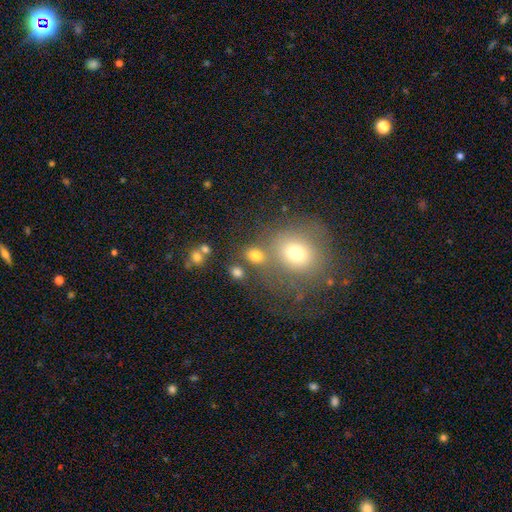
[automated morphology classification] smooth-or-featured: smooth: 75% | star or artifact: 16% | featured or disk: 10%
  how-rounded: in between: 51% | round: 47% | cigar-shaped: 2%
  merging: none: 63% | merger: 20% | minor disturbance: 11% | major disturbance: 6%